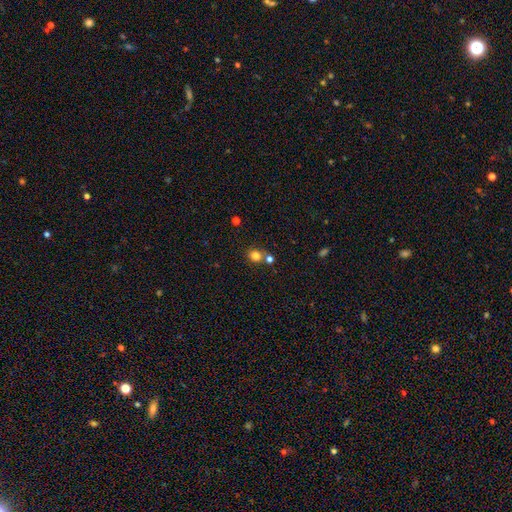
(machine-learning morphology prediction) smooth_or_featured: smooth (p=0.80) [alt: star or artifact p=0.12]
how_rounded: round (p=0.73) [alt: in between p=0.26]
merging: none (p=0.60) [alt: merger p=0.25]